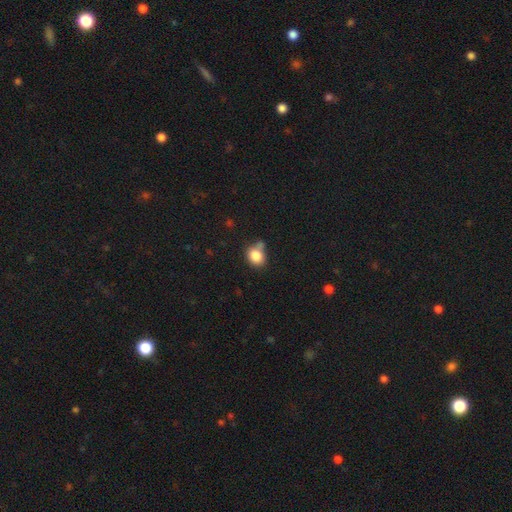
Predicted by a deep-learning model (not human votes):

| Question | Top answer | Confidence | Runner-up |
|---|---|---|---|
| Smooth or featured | smooth | 83% | star or artifact (10%) |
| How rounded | round | 56% | in between (43%) |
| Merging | none | 52% | minor disturbance (24%) |